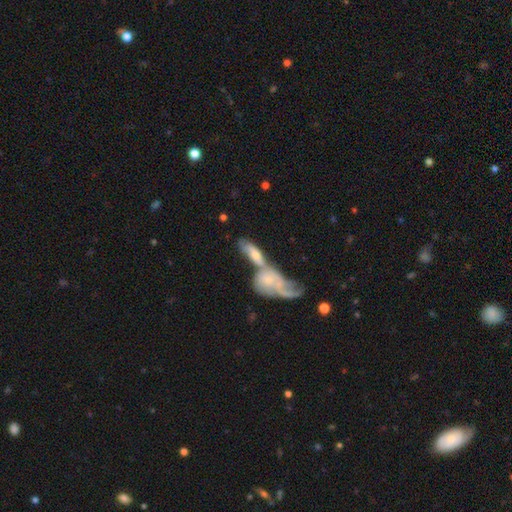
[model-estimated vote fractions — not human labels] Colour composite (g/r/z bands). It shows a featured or disk galaxy (53%). Merging: merger (63%).